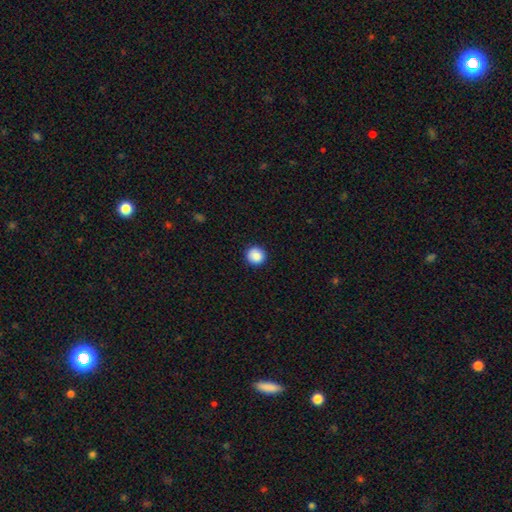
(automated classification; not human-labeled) Q: Smooth or featured?
A: smooth (88%); runner-up: star or artifact (9%)
Q: How rounded?
A: round (94%); runner-up: in between (5%)
Q: Merging?
A: none (91%); runner-up: minor disturbance (6%)